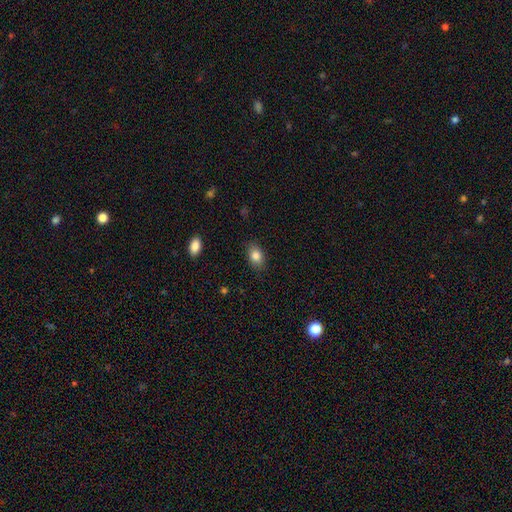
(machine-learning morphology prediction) The model was most divided on "how rounded": in between: 81%, round: 17%, cigar-shaped: 1%. More confident: merging — none (85%); smooth or featured — smooth (84%).